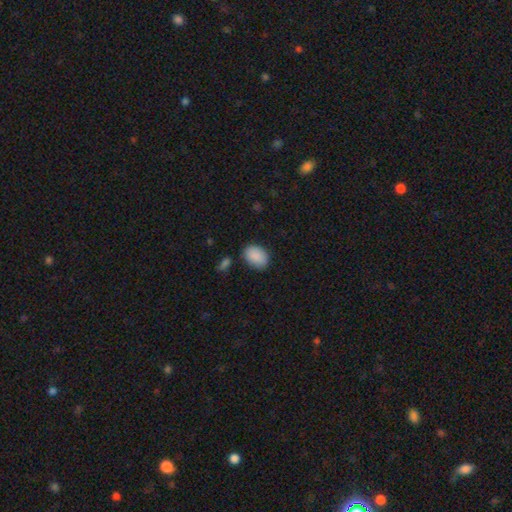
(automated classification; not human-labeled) A smooth galaxy with no disk features (89%) that is in between round and cigar-shaped (79%). Merging: none (78%).